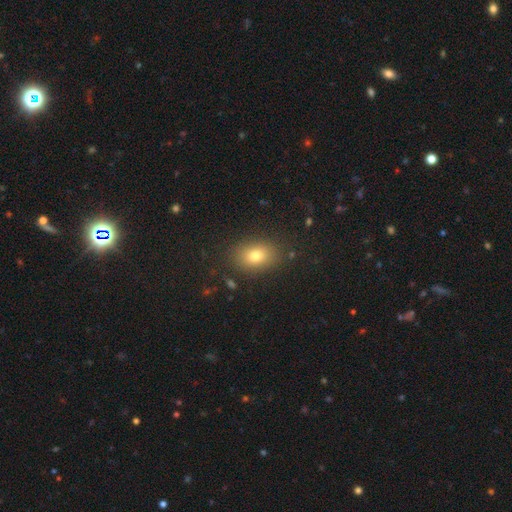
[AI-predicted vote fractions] Overall: smooth (77%). How rounded: in between (75%). Merging: none (84%).